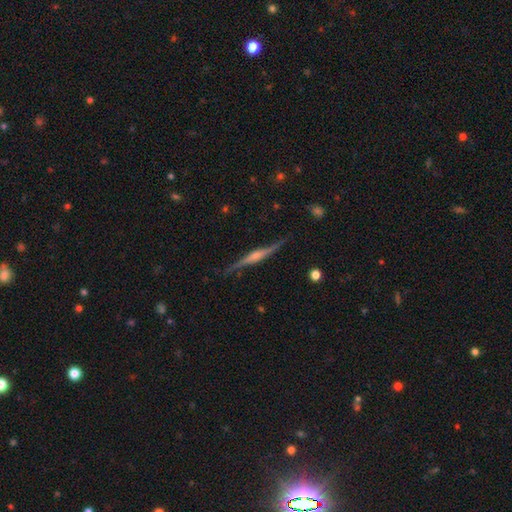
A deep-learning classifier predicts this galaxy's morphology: Smooth or featured? featured or disk (82%)
Edge-on disk? yes (96%)
Edge-on bulge? rounded (72%)
Merging? none (83%)